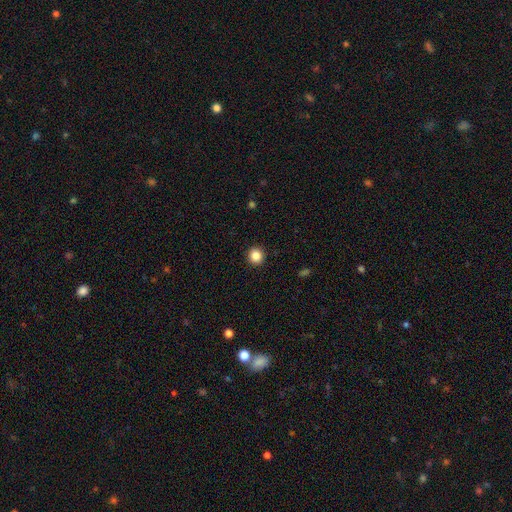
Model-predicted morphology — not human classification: A smooth galaxy with no disk features (85%) that is round (94%). Merging: none (93%).